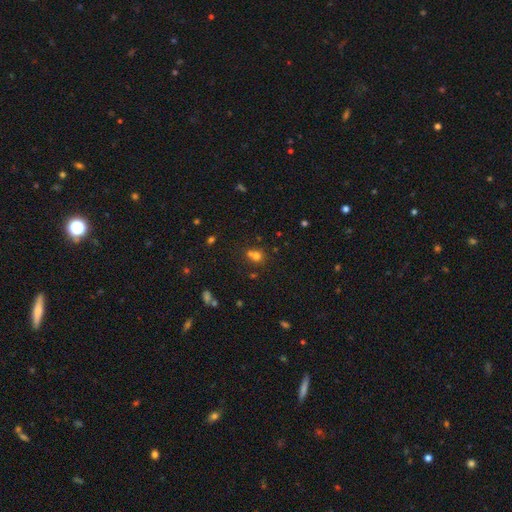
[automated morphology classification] The model was most divided on "merging": none: 48%, merger: 39%, minor disturbance: 9%, major disturbance: 4%. More confident: how rounded — round (81%); smooth or featured — smooth (67%).